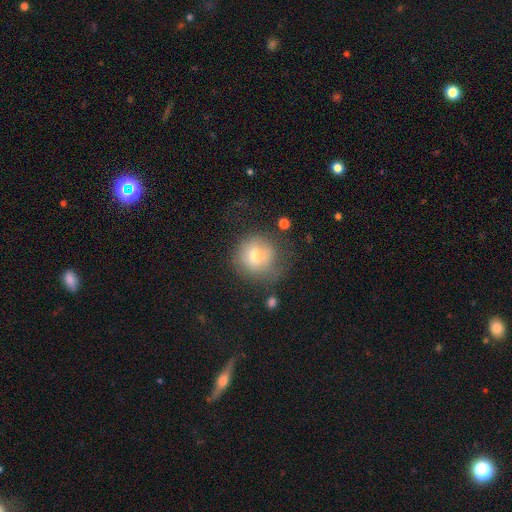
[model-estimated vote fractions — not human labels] Smooth or featured: smooth — 72% (featured or disk — 18%)
How rounded: round — 89% (in between — 10%)
Merging: none — 59% (minor disturbance — 24%)